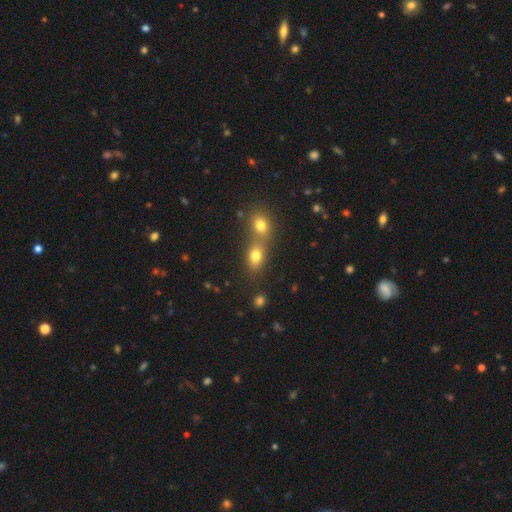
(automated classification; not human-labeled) Overall: smooth (78%). How rounded: in between (64%; round 33%). Merging: merger (52%; none 38%).